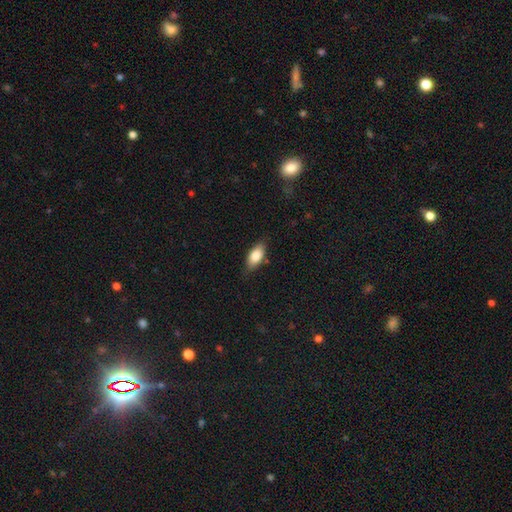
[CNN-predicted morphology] Q: Smooth or featured?
A: smooth (81%); runner-up: featured or disk (12%)
Q: How rounded?
A: in between (86%); runner-up: cigar-shaped (10%)
Q: Merging?
A: none (79%); runner-up: minor disturbance (16%)